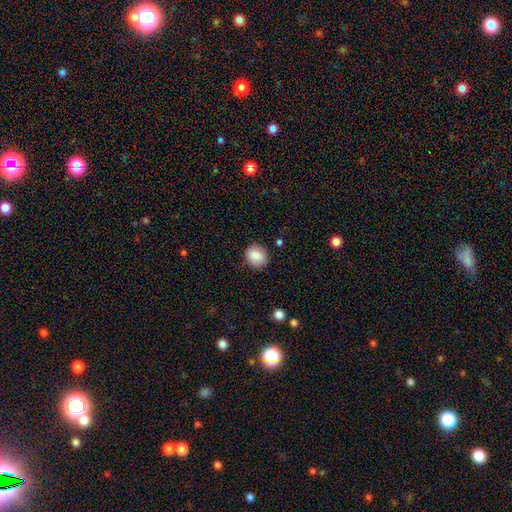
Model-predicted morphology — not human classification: A smooth galaxy with no disk features (86%) that is round (75%).

Vote fractions:
- Smooth or featured? smooth: 86% / star or artifact: 8% / featured or disk: 6%
- How rounded? round: 75% / in between: 24% / cigar-shaped: 1%
- Merging? none: 85% / minor disturbance: 11% / major disturbance: 2% / merger: 1%